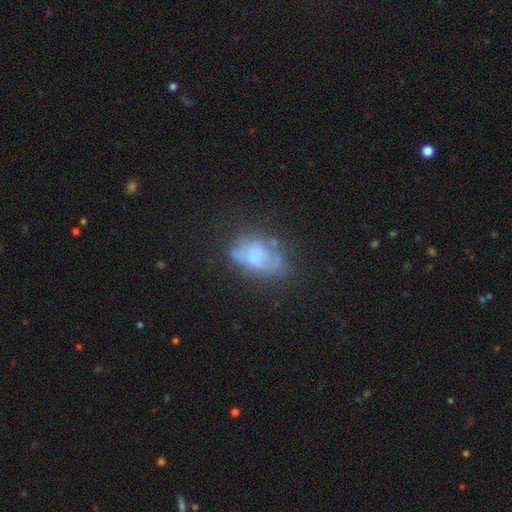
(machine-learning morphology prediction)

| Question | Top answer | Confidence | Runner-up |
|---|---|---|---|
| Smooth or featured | smooth | 48% | featured or disk (40%) |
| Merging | none | 42% | minor disturbance (27%) |